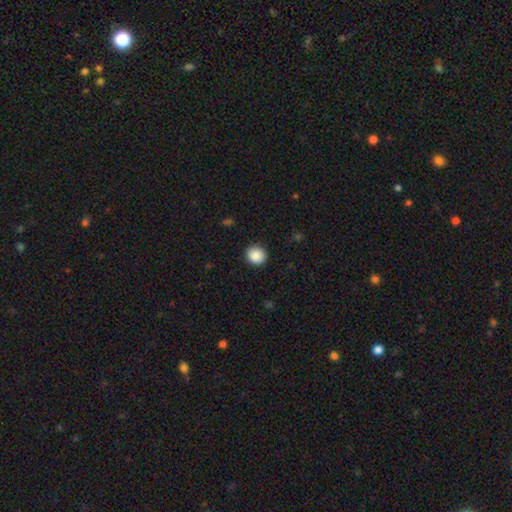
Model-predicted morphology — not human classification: Smooth or featured?
  - smooth: 88% *
  - star or artifact: 8%
  - featured or disk: 3%
How rounded?
  - round: 90% *
  - in between: 9%
  - cigar-shaped: 1%
Merging?
  - none: 91% *
  - minor disturbance: 6%
  - major disturbance: 2%
  - merger: 1%